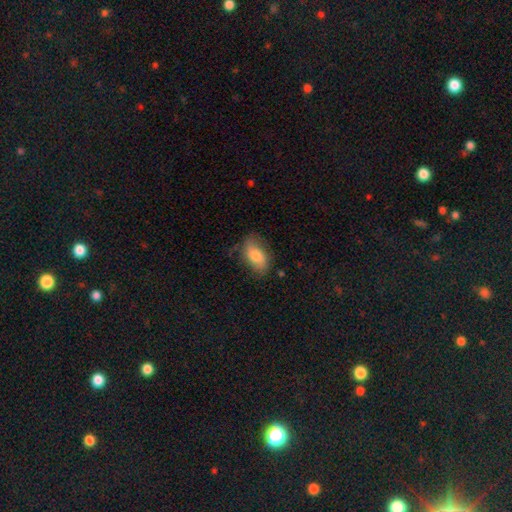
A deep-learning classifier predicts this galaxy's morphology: A smooth galaxy with no disk features (72%) that is in between round and cigar-shaped (90%).

Vote fractions:
- Smooth or featured? smooth: 72% / featured or disk: 21% / star or artifact: 7%
- How rounded? in between: 90% / round: 6% / cigar-shaped: 3%
- Merging? none: 72% / minor disturbance: 21% / major disturbance: 6% / merger: 2%